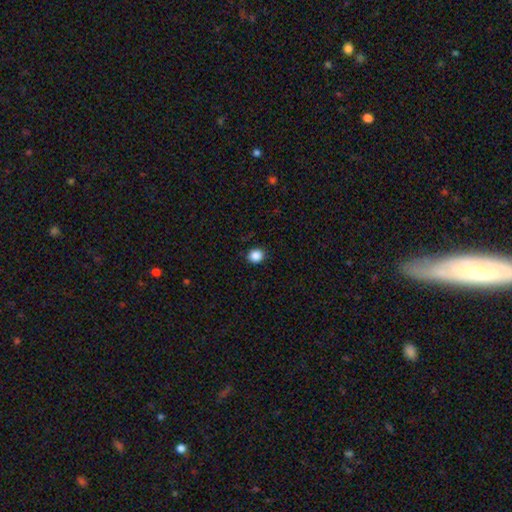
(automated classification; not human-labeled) Q: Smooth or featured?
A: smooth (87%); runner-up: star or artifact (10%)
Q: How rounded?
A: round (85%); runner-up: in between (14%)
Q: Merging?
A: none (91%); runner-up: minor disturbance (7%)